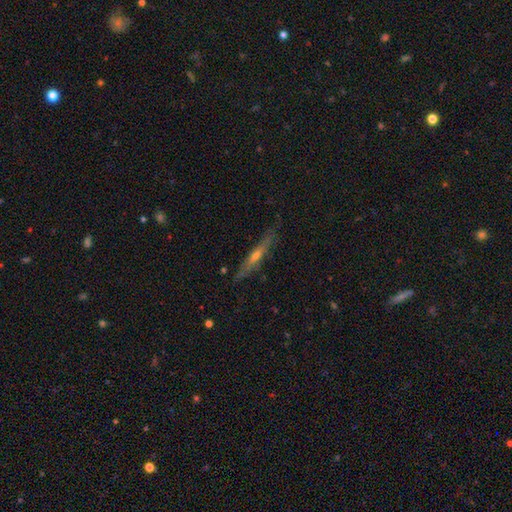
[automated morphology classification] type=featured or disk (63%); edge-on=yes (88%); edge-on bulge=rounded (60%); merging=none (79%).